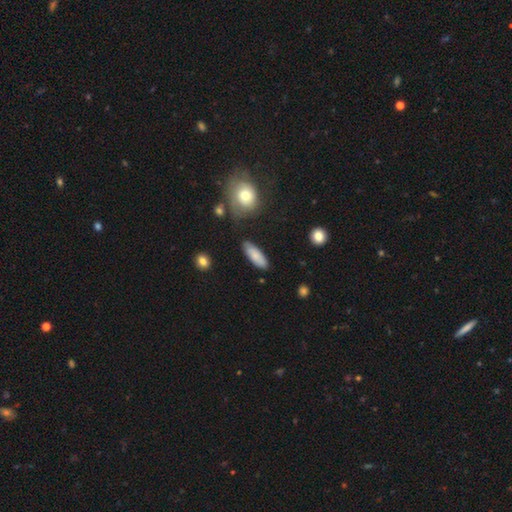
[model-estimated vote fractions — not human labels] Smooth or featured? smooth (80%)
How rounded? in between (60%)
Merging? none (82%)